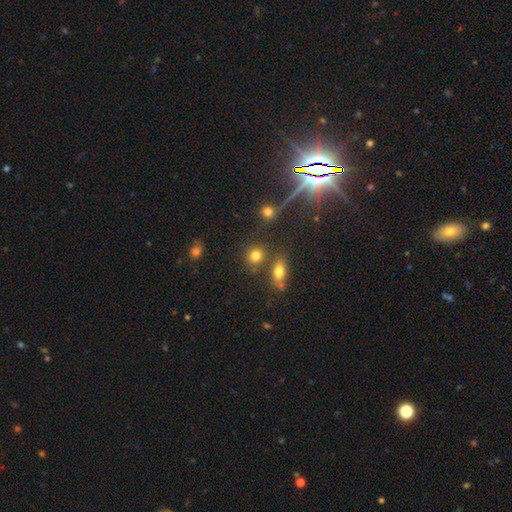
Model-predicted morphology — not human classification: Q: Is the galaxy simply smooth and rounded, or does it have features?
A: smooth — 77%.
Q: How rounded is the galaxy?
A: round — 80%.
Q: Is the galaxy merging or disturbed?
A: none — 73%.